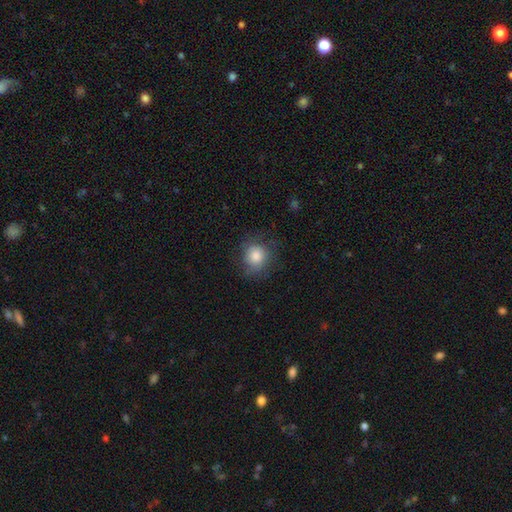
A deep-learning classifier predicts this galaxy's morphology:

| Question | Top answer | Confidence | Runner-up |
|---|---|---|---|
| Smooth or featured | smooth | 77% | featured or disk (13%) |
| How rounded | round | 84% | in between (15%) |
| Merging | none | 72% | minor disturbance (18%) |